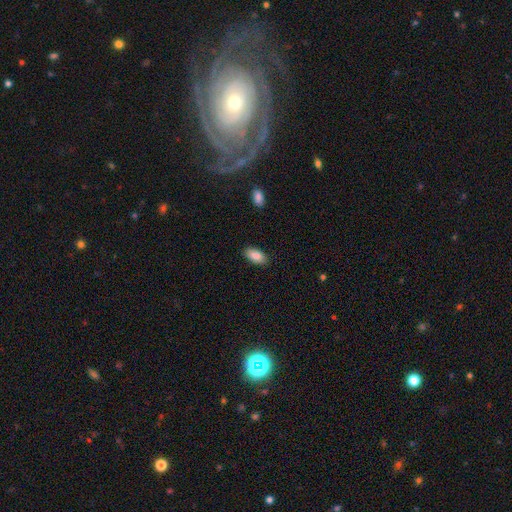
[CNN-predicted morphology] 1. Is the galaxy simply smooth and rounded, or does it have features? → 87% smooth, 7% star or artifact, 6% featured or disk.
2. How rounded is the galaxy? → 93% in between, 4% cigar-shaped, 3% round.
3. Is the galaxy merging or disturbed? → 88% none, 9% minor disturbance, 2% major disturbance, 1% merger.